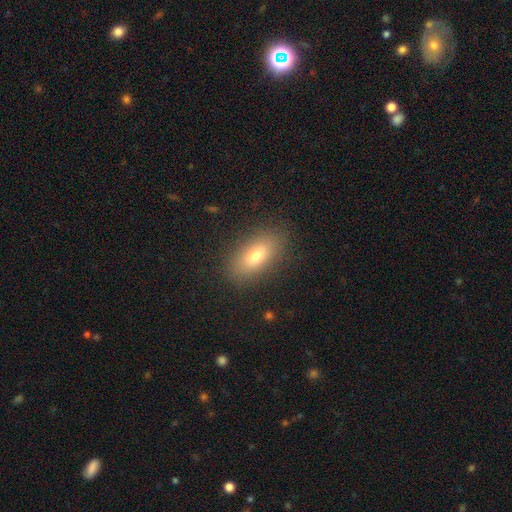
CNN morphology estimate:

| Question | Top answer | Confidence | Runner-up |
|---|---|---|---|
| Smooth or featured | smooth | 75% | featured or disk (15%) |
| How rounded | in between | 85% | cigar-shaped (10%) |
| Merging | none | 88% | minor disturbance (8%) |